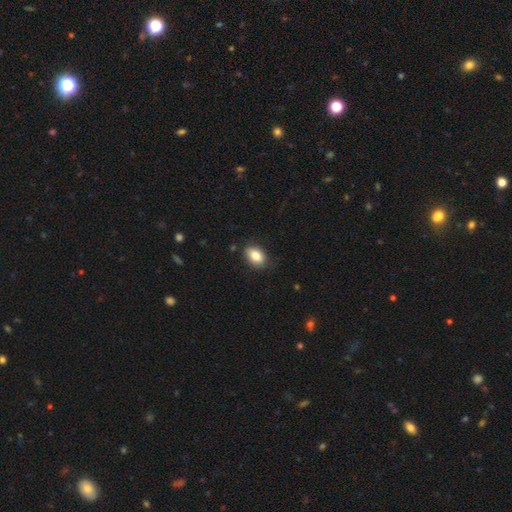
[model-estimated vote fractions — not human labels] A smooth galaxy with no disk features (84%) that is in between round and cigar-shaped (85%).

Vote fractions:
- Smooth or featured? smooth: 84% / star or artifact: 8% / featured or disk: 8%
- How rounded? in between: 85% / round: 14% / cigar-shaped: 1%
- Merging? none: 81% / minor disturbance: 15% / major disturbance: 3% / merger: 1%